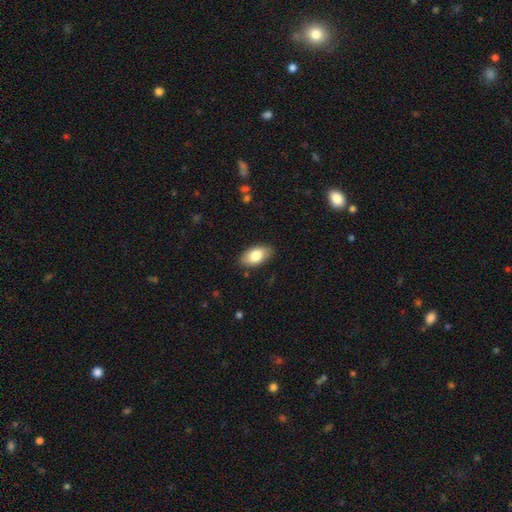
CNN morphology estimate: smooth_or_featured: smooth (p=0.82) [alt: featured or disk p=0.12]
how_rounded: in between (p=0.94) [alt: round p=0.04]
merging: none (p=0.86) [alt: minor disturbance p=0.11]